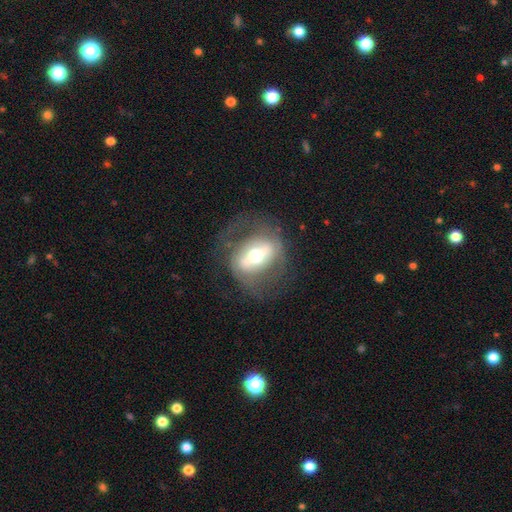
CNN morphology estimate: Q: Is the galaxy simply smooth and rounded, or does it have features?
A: featured or disk — 69%.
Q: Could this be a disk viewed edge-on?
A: no — 85%.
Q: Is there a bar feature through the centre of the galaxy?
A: strong — 59%.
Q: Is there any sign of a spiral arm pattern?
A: no — 57%.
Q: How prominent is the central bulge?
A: moderate — 66%.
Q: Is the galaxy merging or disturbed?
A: none — 64%.